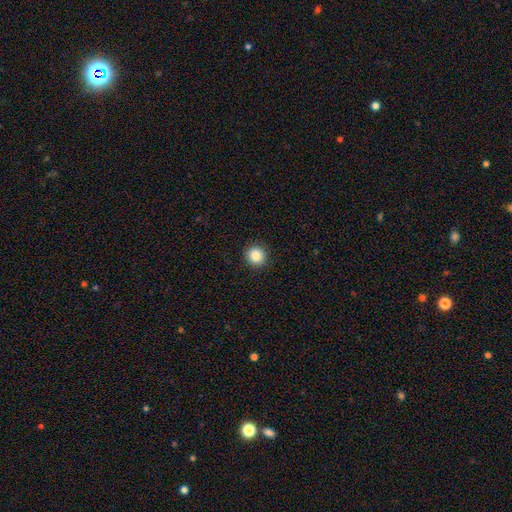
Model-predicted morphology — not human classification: This is clearly a smooth galaxy (86%). How rounded: clearly round (92%). Merging: clearly none (92%).